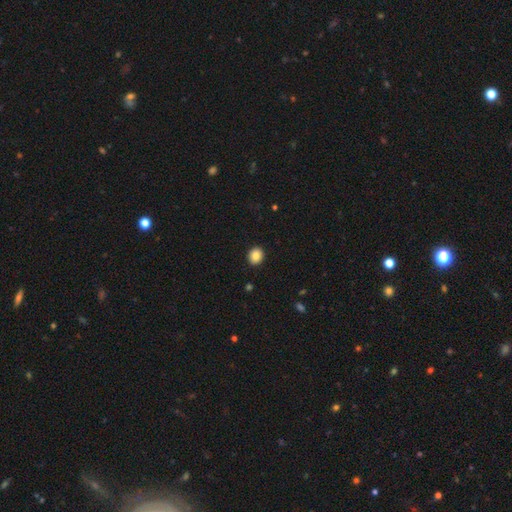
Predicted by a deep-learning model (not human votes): Smooth or featured? Predicted: smooth (p=0.84). How rounded? Predicted: round (p=0.77). Merging? Predicted: none (p=0.92).